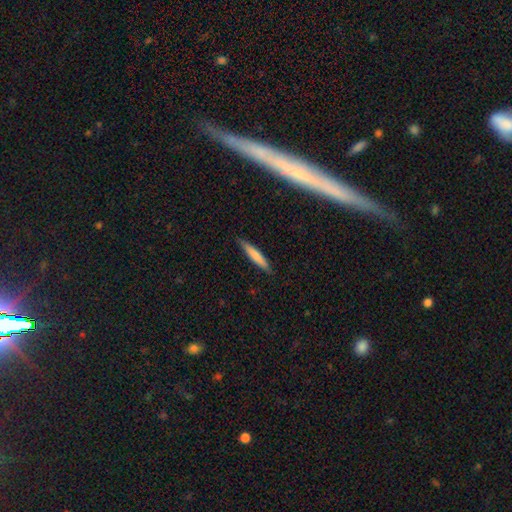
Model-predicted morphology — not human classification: This appears to be a smooth galaxy with no disk features (72%) that is cigar-shaped (92%). Merging: none (88%).